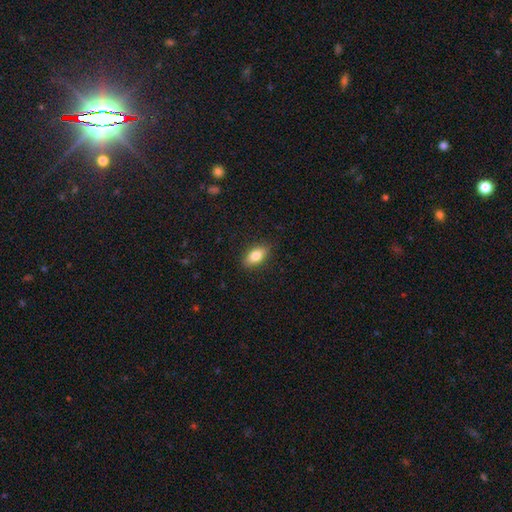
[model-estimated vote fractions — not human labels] Smooth or featured? Predicted: smooth (p=0.81). How rounded? Predicted: in between (p=0.88). Merging? Predicted: none (p=0.88).